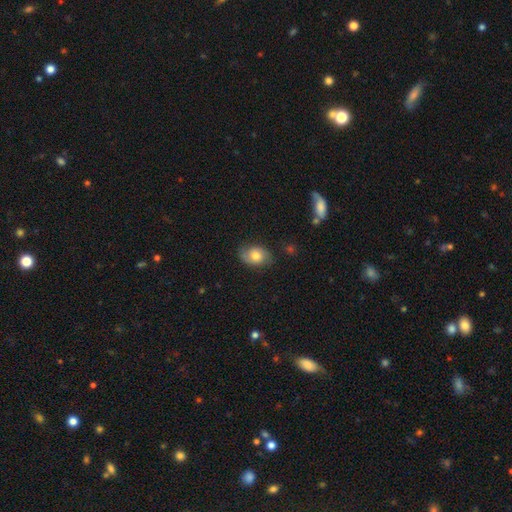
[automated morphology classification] Smooth or featured? smooth (58%)
How rounded? in between (74%)
Merging? none (76%)